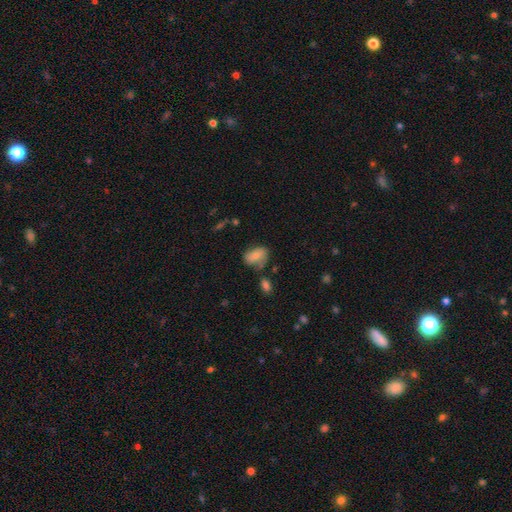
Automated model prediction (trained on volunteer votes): Morphology: type=smooth (70%); roundness=in between (81%); merging=none (51%).